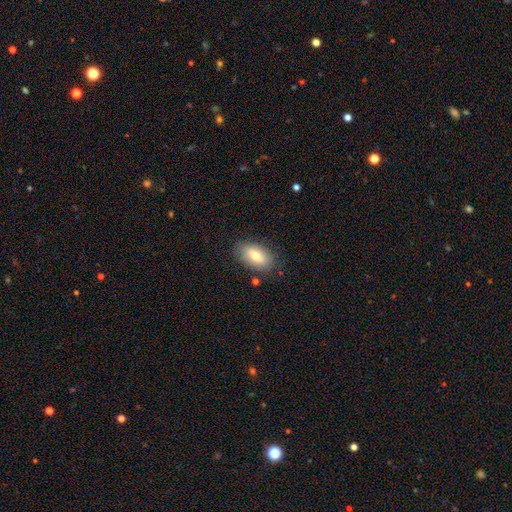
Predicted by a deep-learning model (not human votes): A smooth galaxy with no disk features (73%) that is in between round and cigar-shaped (91%). Merging: none (82%).